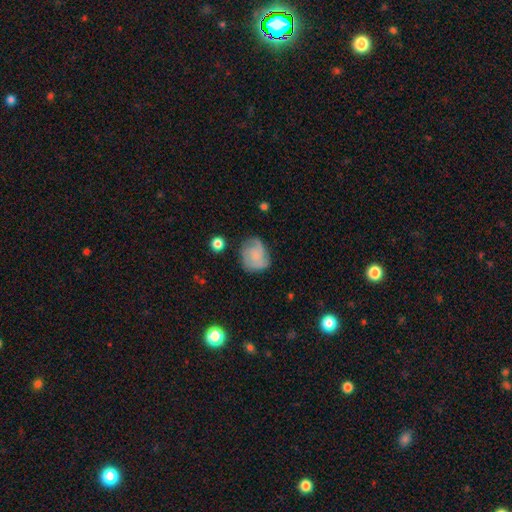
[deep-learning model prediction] Overall: featured or disk (53%; smooth 39%). Edge-on disk: no (98%). Bar: no (75%). Spiral arms: yes (85%). Bulge size: none (54%; small 29%). Merging: none (62%; minor disturbance 24%).